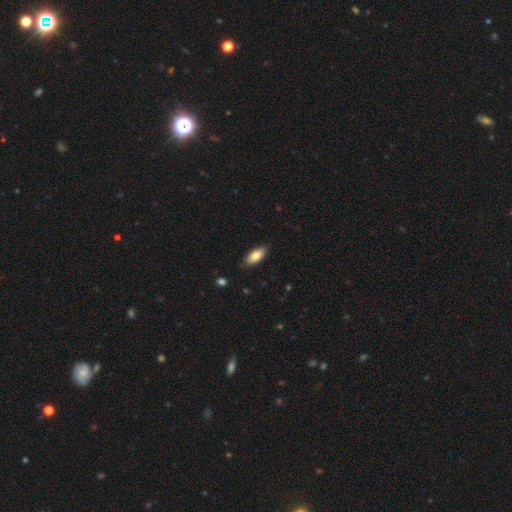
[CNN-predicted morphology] smooth 81%, featured or disk 13%, star or artifact 7%. Down the decision tree: how rounded — in between (87%); merging — none (86%).